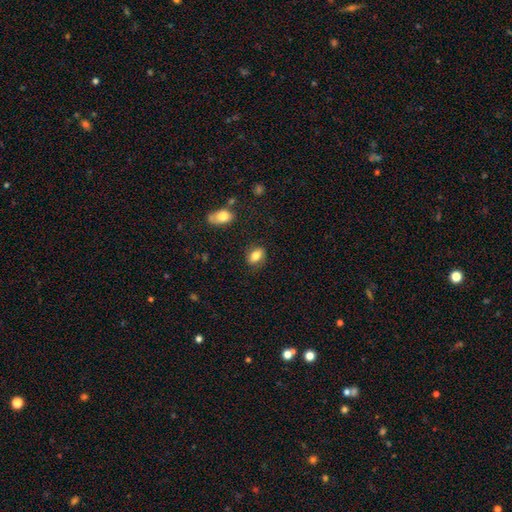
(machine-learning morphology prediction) type=smooth (81%); roundness=in between (78%); merging=none (80%).